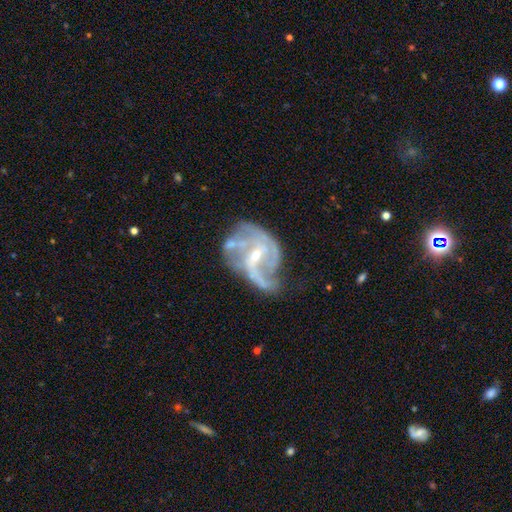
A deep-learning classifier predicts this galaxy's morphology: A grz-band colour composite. It shows a featured or disk galaxy (86%) with a weak bar (46%), 2 (37%) medium (42%) spiral arms (89%) and a small central bulge (64%). Merging: none (34%).